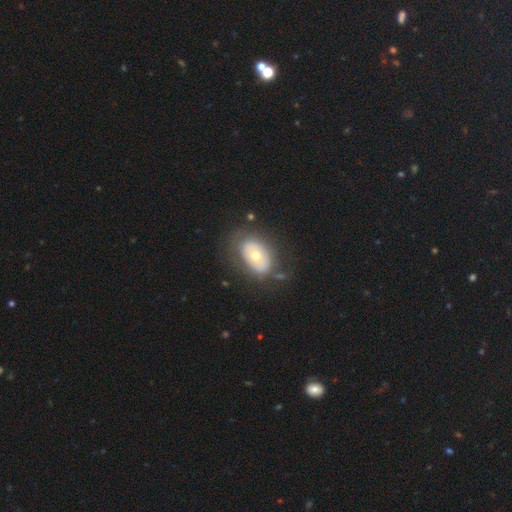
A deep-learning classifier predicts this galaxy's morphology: Q: Smooth or featured?
A: featured or disk (47%); runner-up: smooth (46%)
Q: Merging?
A: none (71%); runner-up: minor disturbance (17%)